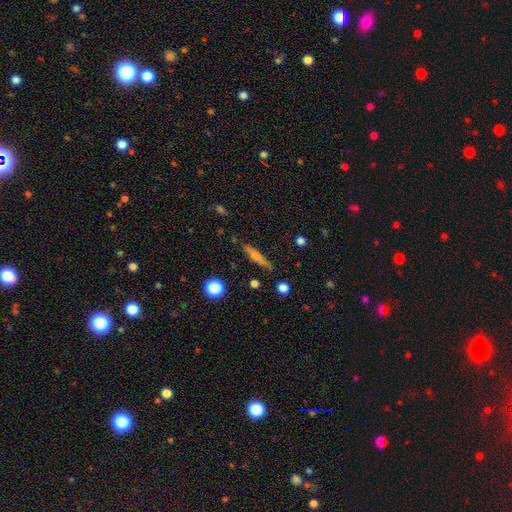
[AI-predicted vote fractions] smooth-or-featured: featured or disk: 47% | smooth: 45% | star or artifact: 9%
  merging: none: 85% | minor disturbance: 10% | major disturbance: 2% | merger: 2%